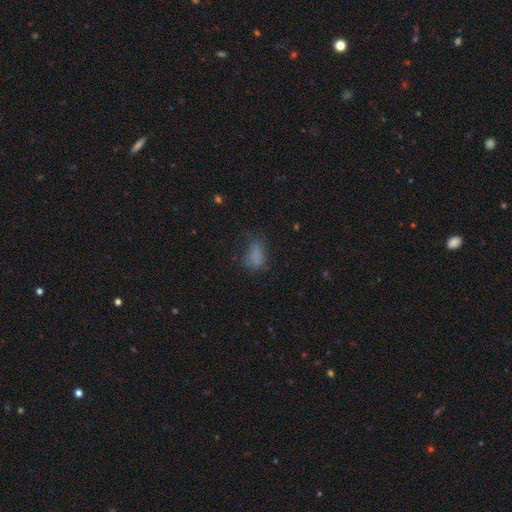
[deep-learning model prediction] Smooth or featured? smooth (73%)
How rounded? in between (85%)
Merging? none (47%)